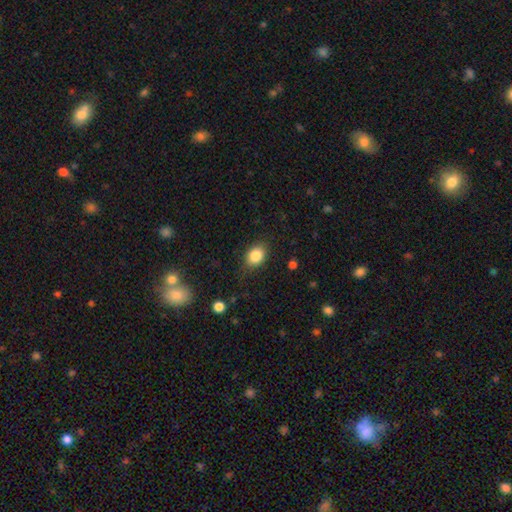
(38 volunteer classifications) smooth-or-featured: smooth: 89% | featured or disk: 5% | star or artifact: 5%
  how-rounded: in between: 53% | round: 44% | cigar-shaped: 3%
  merging: none: 78% | minor disturbance: 17% | major disturbance: 6% | merger: 0%